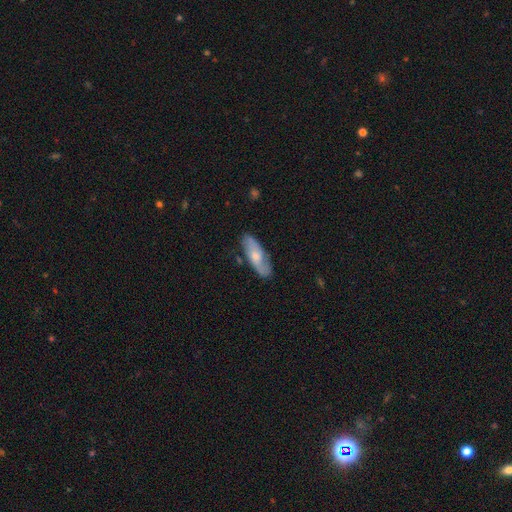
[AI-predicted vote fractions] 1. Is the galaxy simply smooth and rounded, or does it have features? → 47% featured or disk (tied), 47% smooth (tied), 6% star or artifact.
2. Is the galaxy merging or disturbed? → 79% none, 16% minor disturbance, 4% major disturbance, 2% merger.